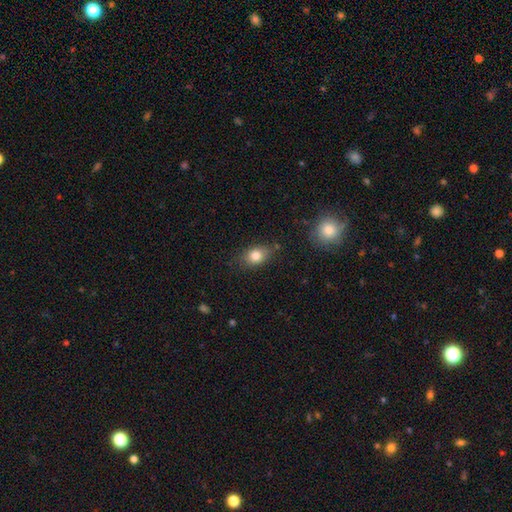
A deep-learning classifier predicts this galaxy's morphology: smooth 81%, star or artifact 10%, featured or disk 9%. Down the decision tree: how rounded — in between (68%); merging — none (74%).